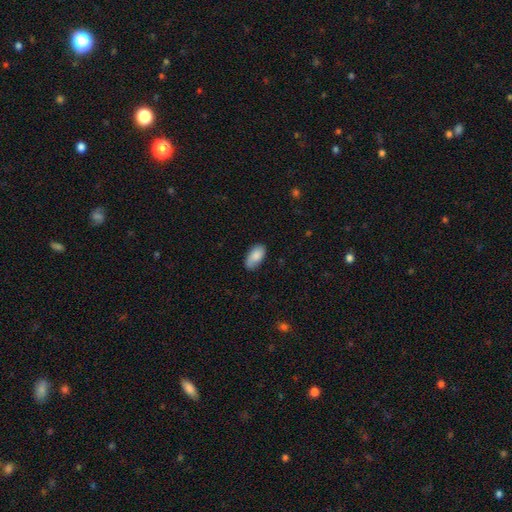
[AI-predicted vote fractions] Q: Smooth or featured?
A: smooth (82%); runner-up: featured or disk (11%)
Q: How rounded?
A: in between (94%); runner-up: round (3%)
Q: Merging?
A: none (76%); runner-up: minor disturbance (19%)